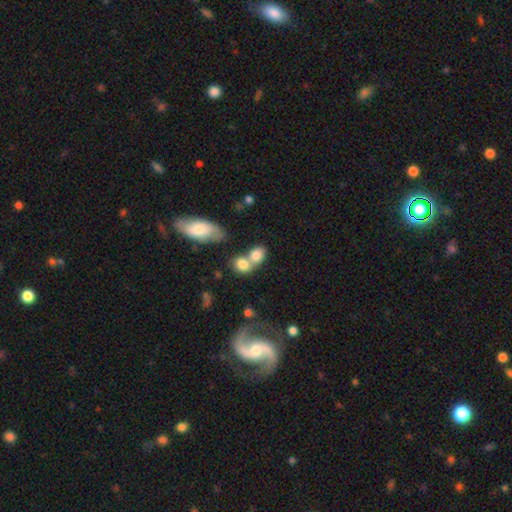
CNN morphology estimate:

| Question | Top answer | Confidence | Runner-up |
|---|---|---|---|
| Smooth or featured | smooth | 79% | featured or disk (12%) |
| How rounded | in between | 58% | round (39%) |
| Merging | merger | 60% | none (27%) |